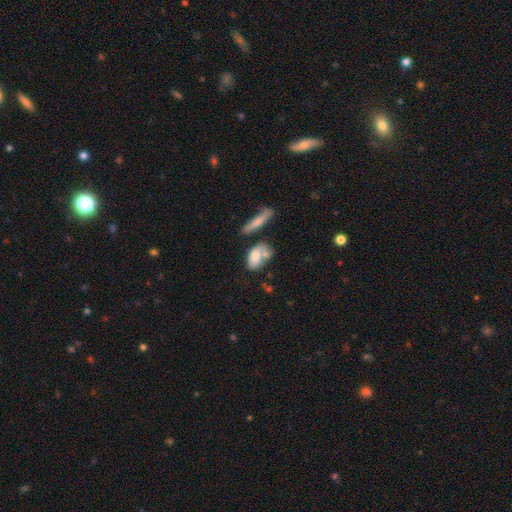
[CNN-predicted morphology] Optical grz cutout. It shows a smooth galaxy with no disk features (69%) that is in between round and cigar-shaped (84%). Merging: none (38%).